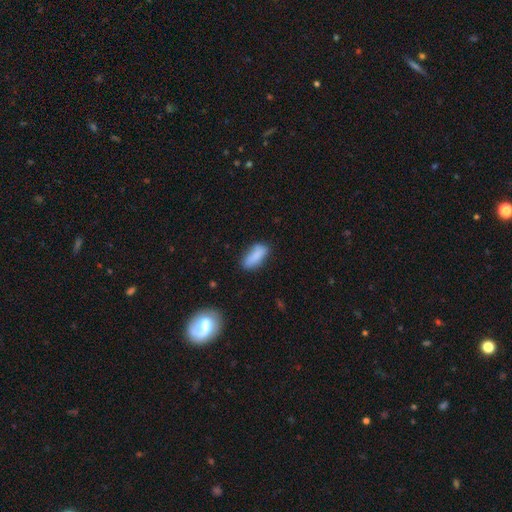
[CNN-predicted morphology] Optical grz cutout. It shows a smooth galaxy with no disk features (83%) that is in between round and cigar-shaped (75%). Merging: none (70%).